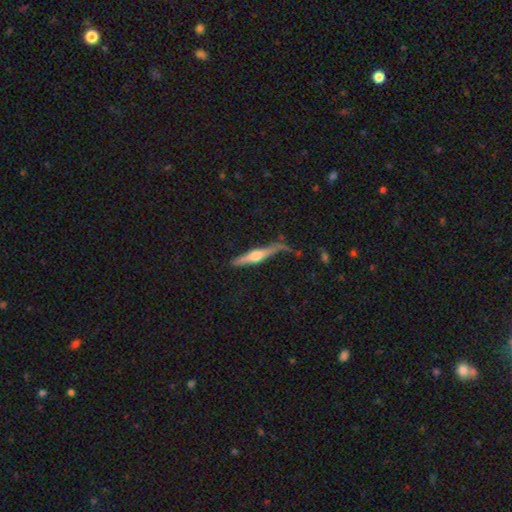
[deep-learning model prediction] Overall: featured or disk (69%). Edge-on disk: yes (96%). Edge-on bulge: rounded (90%). Merging: none (66%).